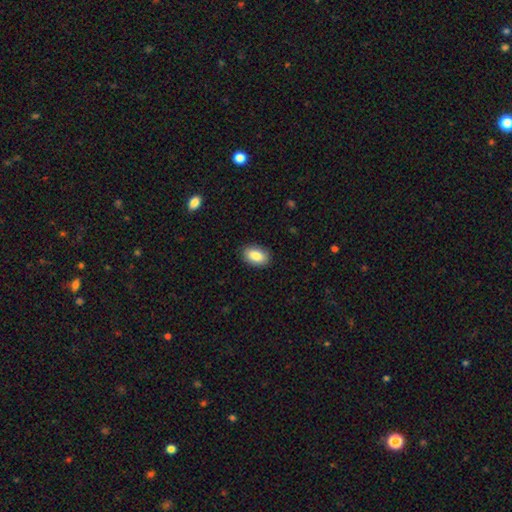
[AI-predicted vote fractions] smooth 86%, featured or disk 7%, star or artifact 7%. Down the decision tree: how rounded — in between (92%); merging — none (87%).